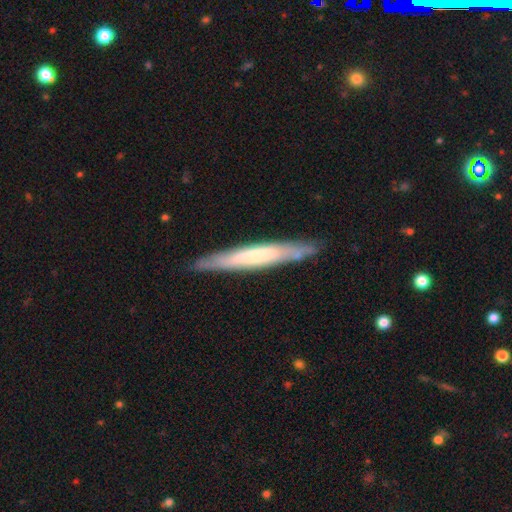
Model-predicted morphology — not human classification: A smooth galaxy with no disk features (48%). Merging: none (86%).